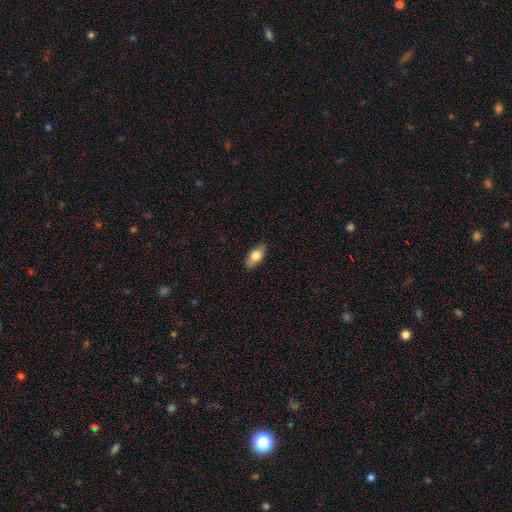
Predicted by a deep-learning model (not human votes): Smooth or featured? Predicted: smooth (p=0.77). How rounded? Predicted: in between (p=0.88). Merging? Predicted: none (p=0.87).